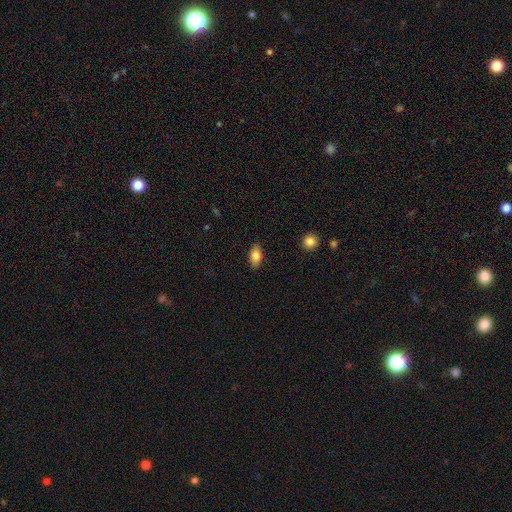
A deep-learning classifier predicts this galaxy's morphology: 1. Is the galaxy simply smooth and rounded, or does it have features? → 79% smooth, 14% featured or disk, 7% star or artifact.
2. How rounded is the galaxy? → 89% in between, 6% round, 5% cigar-shaped.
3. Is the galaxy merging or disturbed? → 87% none, 10% minor disturbance, 2% major disturbance, 1% merger.